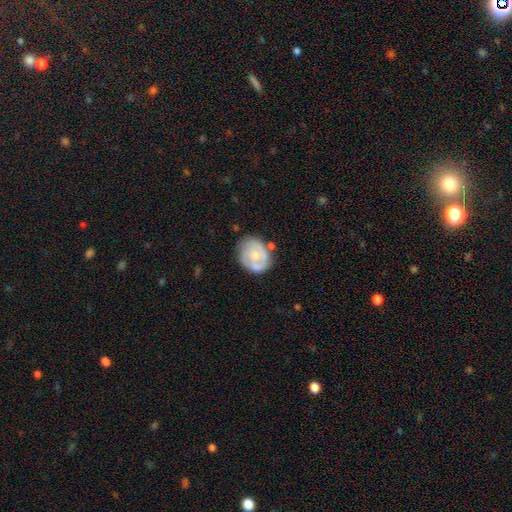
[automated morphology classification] Smooth or featured?
  - featured or disk: 50% *
  - smooth: 44%
  - star or artifact: 6%
Edge-on disk?
  - no: 97% *
  - yes: 3%
Merging?
  - none: 59% *
  - minor disturbance: 26%
  - major disturbance: 9%
  - merger: 7%